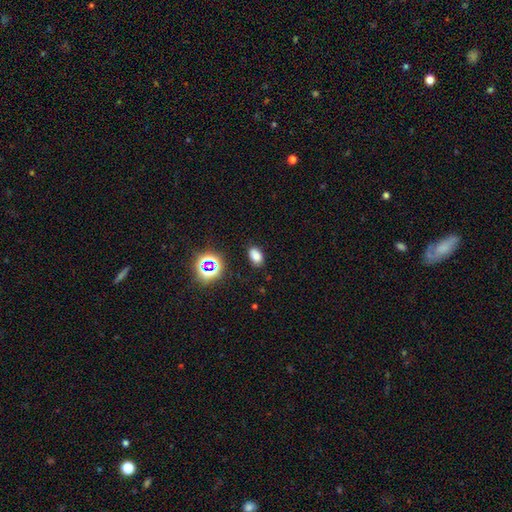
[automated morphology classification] The model was most divided on "smooth or featured": smooth: 74%, star or artifact: 19%, featured or disk: 7%. More confident: how rounded — in between (86%); merging — none (81%).